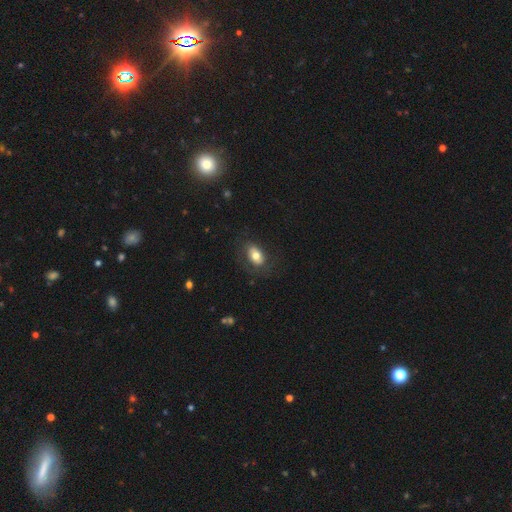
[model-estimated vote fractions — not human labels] Smooth or featured? Predicted: smooth (p=0.70). How rounded? Predicted: in between (p=0.86). Merging? Predicted: none (p=0.72).